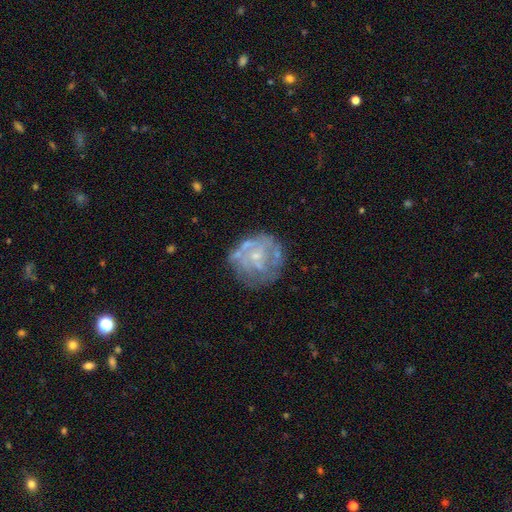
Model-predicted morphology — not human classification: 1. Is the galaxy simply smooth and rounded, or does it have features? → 69% featured or disk, 22% smooth, 9% star or artifact.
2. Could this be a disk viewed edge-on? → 98% no, 2% yes.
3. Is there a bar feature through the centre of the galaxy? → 79% no, 17% weak, 4% strong.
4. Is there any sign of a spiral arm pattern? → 52% no, 48% yes.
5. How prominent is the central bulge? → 64% small, 22% moderate, 11% none, 1% large, 1% dominant.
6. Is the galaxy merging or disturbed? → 66% none, 19% minor disturbance, 11% major disturbance, 4% merger.